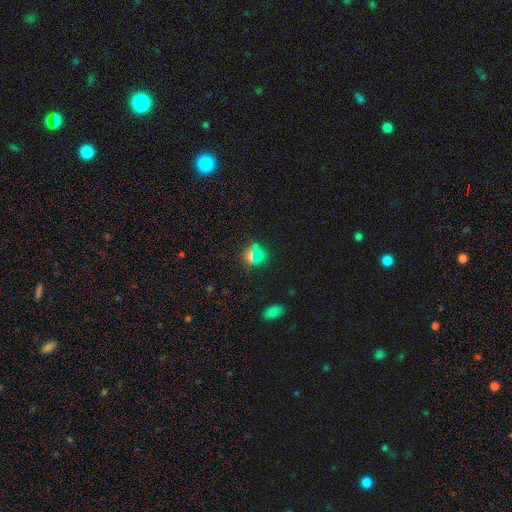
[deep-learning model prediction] This appears to be a smooth galaxy with no disk features (64%) that is round (83%). Merging: none (82%).